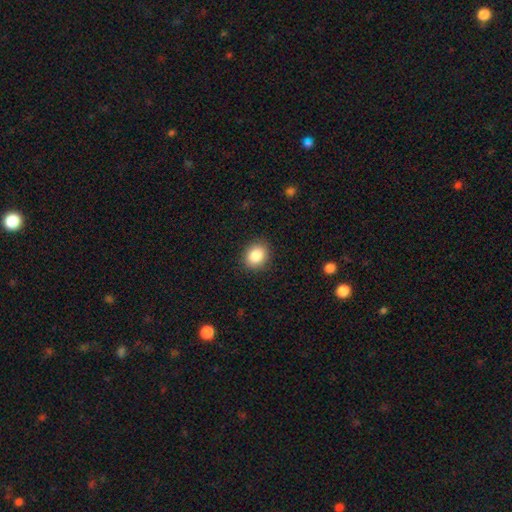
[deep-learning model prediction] This is clearly a smooth galaxy (87%). How rounded: likely round (62%). Merging: clearly none (89%).